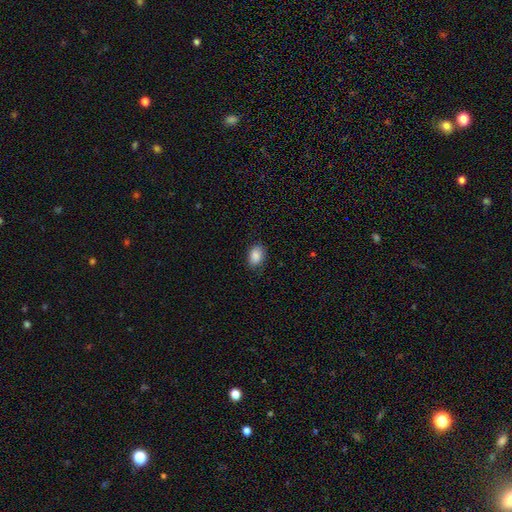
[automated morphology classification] Smooth or featured?
  - smooth: 88% *
  - star or artifact: 8%
  - featured or disk: 4%
How rounded?
  - in between: 82% *
  - round: 17%
  - cigar-shaped: 1%
Merging?
  - none: 83% *
  - minor disturbance: 14%
  - major disturbance: 3%
  - merger: 1%